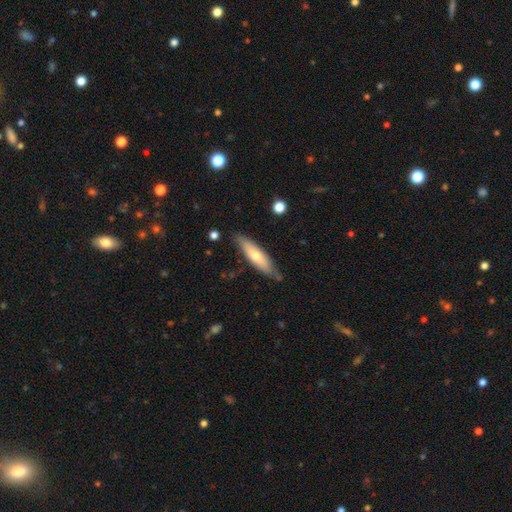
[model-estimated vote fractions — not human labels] Smooth or featured? smooth (61%)
How rounded? cigar-shaped (68%)
Merging? none (75%)